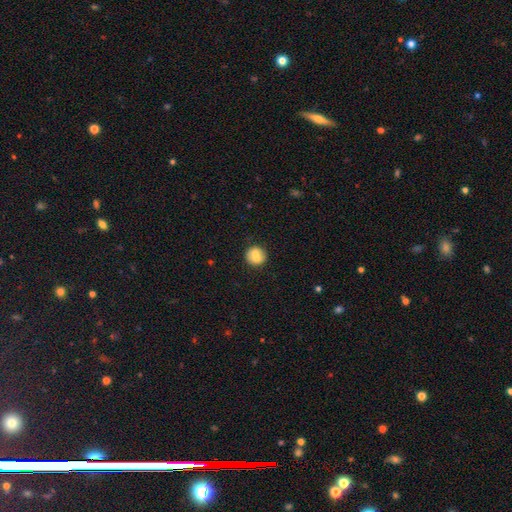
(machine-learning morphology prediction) smooth 68%, featured or disk 23%, star or artifact 8%. Down the decision tree: how rounded — round (87%); merging — none (71%).